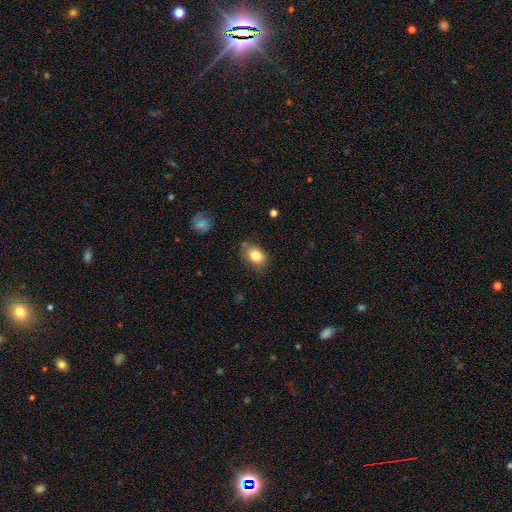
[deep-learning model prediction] Smooth or featured?
  - smooth: 82% *
  - featured or disk: 10%
  - star or artifact: 9%
How rounded?
  - in between: 72% *
  - round: 26%
  - cigar-shaped: 1%
Merging?
  - none: 68% *
  - minor disturbance: 23%
  - major disturbance: 5%
  - merger: 4%